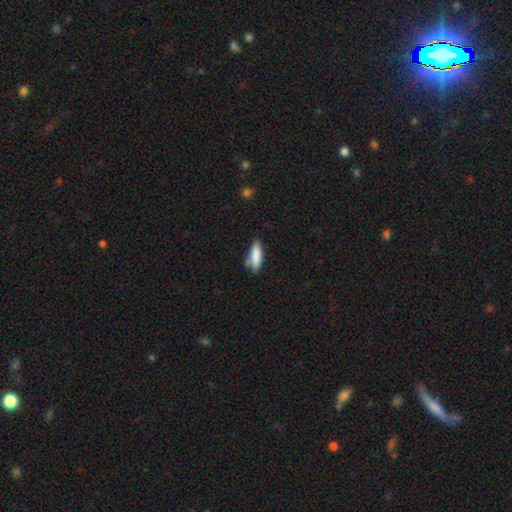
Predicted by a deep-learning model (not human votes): smooth_or_featured: smooth (p=0.84) [alt: featured or disk p=0.09]
how_rounded: in between (p=0.54) [alt: cigar-shaped p=0.44]
merging: none (p=0.64) [alt: minor disturbance p=0.25]